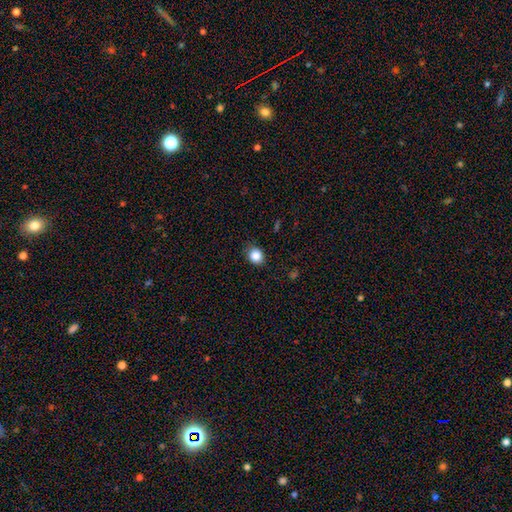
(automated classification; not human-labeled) smooth_or_featured: smooth (p=0.85) [alt: star or artifact p=0.10]
how_rounded: round (p=0.68) [alt: in between p=0.31]
merging: none (p=0.85) [alt: minor disturbance p=0.11]